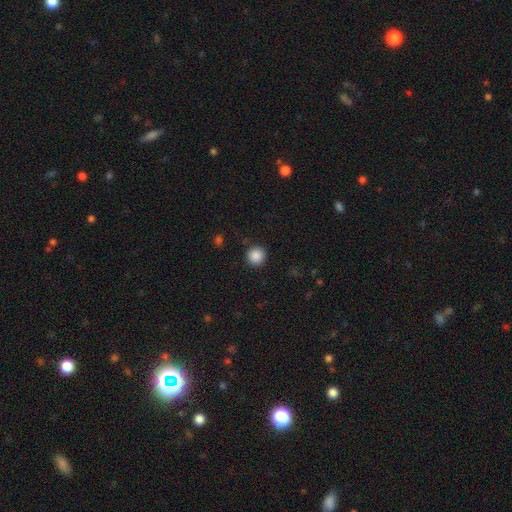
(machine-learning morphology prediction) The model was most divided on "smooth or featured": smooth: 88%, star or artifact: 10%, featured or disk: 3%. More confident: how rounded — round (94%); merging — none (90%).